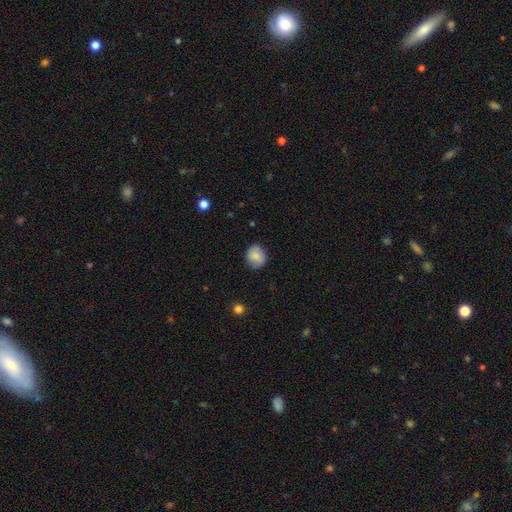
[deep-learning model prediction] Smooth or featured? Predicted: smooth (p=0.80). How rounded? Predicted: round (p=0.78). Merging? Predicted: none (p=0.80).